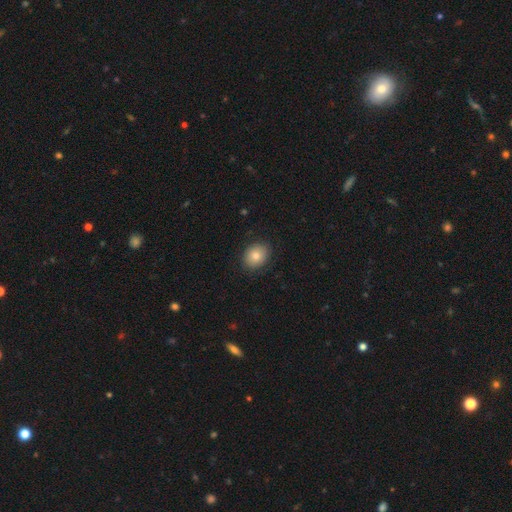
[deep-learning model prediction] Smooth or featured?
  - smooth: 80% *
  - featured or disk: 11%
  - star or artifact: 9%
How rounded?
  - in between: 54% *
  - round: 45%
  - cigar-shaped: 1%
Merging?
  - none: 87% *
  - minor disturbance: 10%
  - major disturbance: 2%
  - merger: 1%